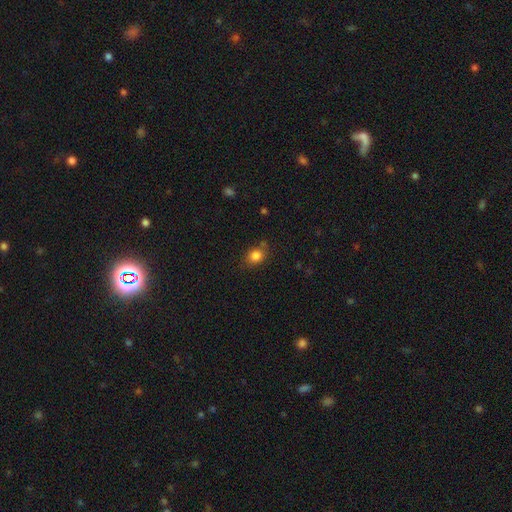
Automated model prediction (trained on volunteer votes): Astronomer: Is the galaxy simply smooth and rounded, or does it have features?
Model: smooth — 83%.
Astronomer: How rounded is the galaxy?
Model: round — 56% (runner-up: in between, 43%).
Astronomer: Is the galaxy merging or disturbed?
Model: none — 72%.